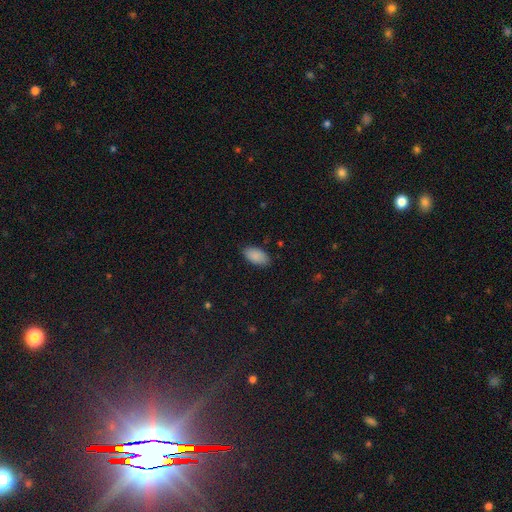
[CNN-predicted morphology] Overall: smooth (89%). How rounded: in between (95%). Merging: none (86%).